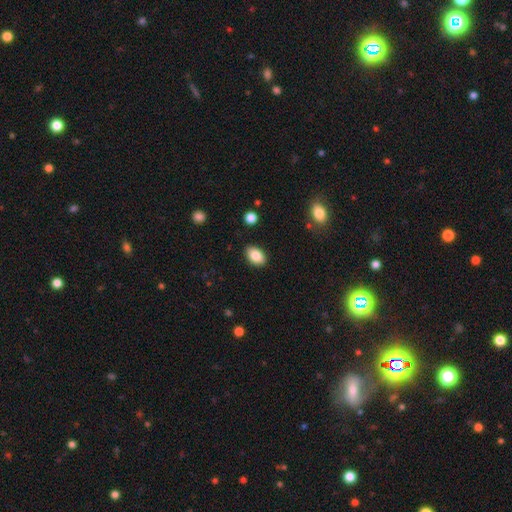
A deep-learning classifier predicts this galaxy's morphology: smooth-or-featured: smooth: 85% | star or artifact: 8% | featured or disk: 7%
  how-rounded: in between: 88% | round: 10% | cigar-shaped: 1%
  merging: none: 88% | minor disturbance: 8% | major disturbance: 2% | merger: 1%